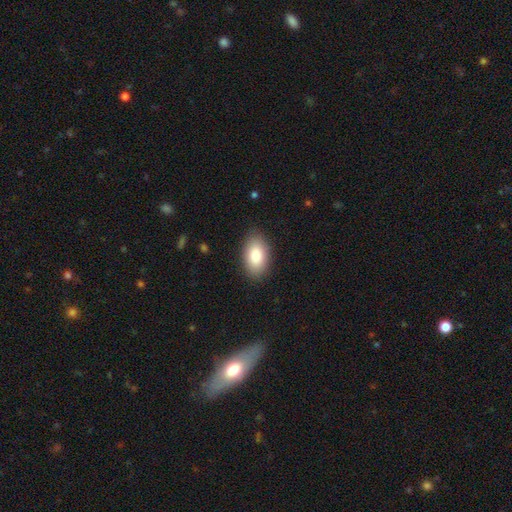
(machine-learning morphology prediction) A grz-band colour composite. It shows a smooth galaxy with no disk features (84%) that is in between round and cigar-shaped (93%). Merging: none (87%).